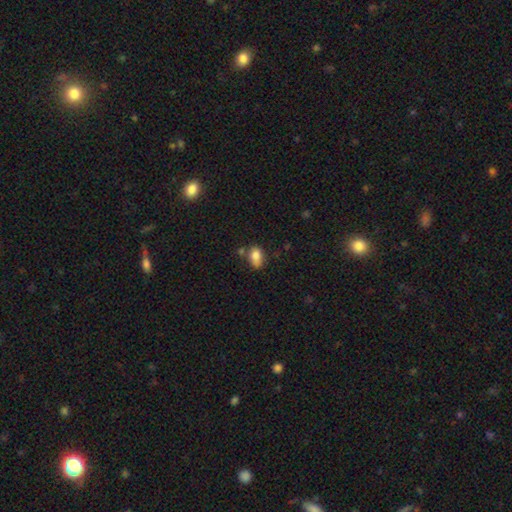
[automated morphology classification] Smooth or featured? Predicted: smooth (p=0.80). How rounded? Predicted: in between (p=0.82). Merging? Predicted: none (p=0.52).